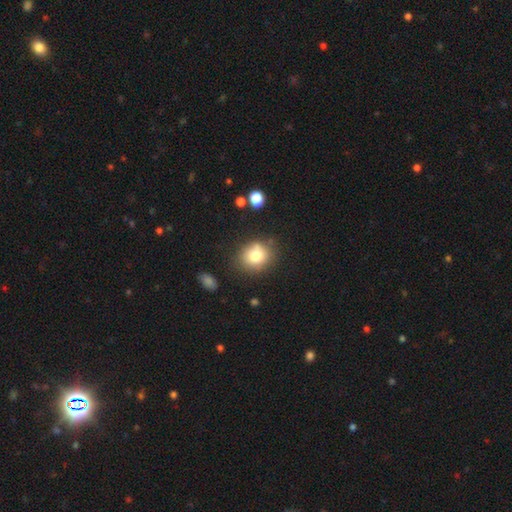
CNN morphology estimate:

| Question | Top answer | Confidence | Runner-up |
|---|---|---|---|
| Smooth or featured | smooth | 78% | featured or disk (12%) |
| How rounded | round | 67% | in between (32%) |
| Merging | none | 74% | minor disturbance (16%) |